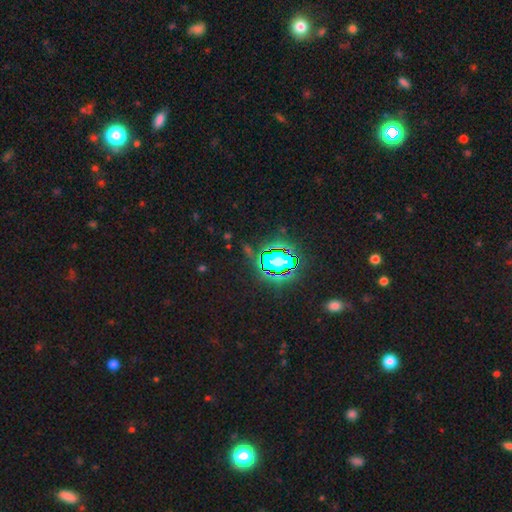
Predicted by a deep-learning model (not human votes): Smooth or featured: star or artifact — 78% (smooth — 14%)